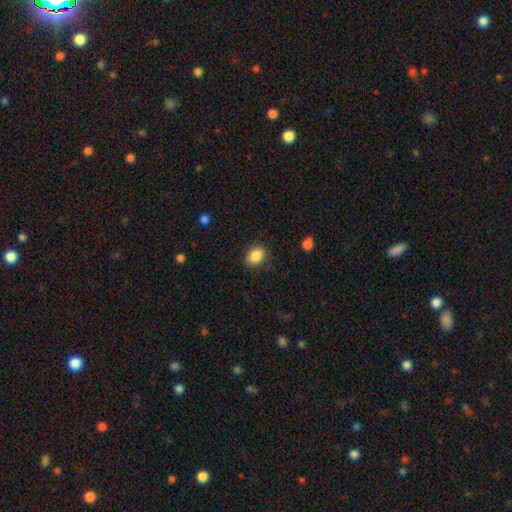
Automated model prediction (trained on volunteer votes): Overall: smooth (87%). How rounded: in between (60%; round 39%). Merging: none (84%).